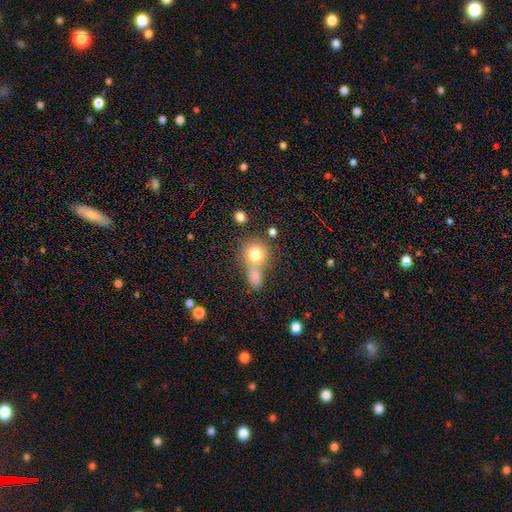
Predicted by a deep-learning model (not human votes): Smooth or featured? Predicted: smooth (p=0.72). How rounded? Predicted: round (p=0.85). Merging? Predicted: none (p=0.44, tied with merger).